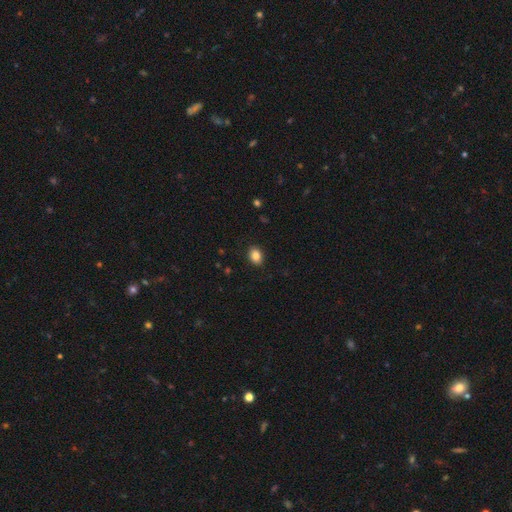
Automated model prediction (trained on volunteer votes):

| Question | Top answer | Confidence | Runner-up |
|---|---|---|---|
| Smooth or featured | smooth | 86% | star or artifact (9%) |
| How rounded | in between | 67% | round (33%) |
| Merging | none | 89% | minor disturbance (8%) |